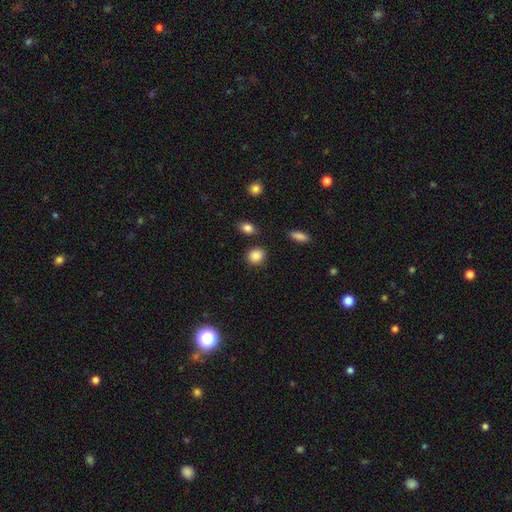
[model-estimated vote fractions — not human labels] Morphology: type=smooth (88%); roundness=round (75%); merging=none (85%).